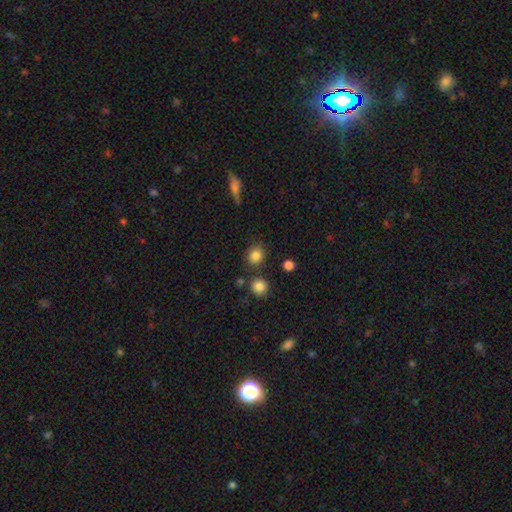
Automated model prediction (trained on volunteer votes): A smooth galaxy with no disk features (84%) that is round (79%). Merging: none (80%).